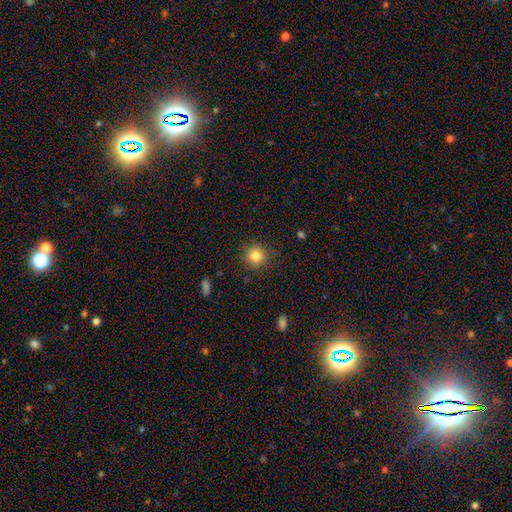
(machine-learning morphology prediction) Smooth or featured: smooth — 83% (star or artifact — 11%)
How rounded: round — 93% (in between — 6%)
Merging: none — 88% (minor disturbance — 8%)